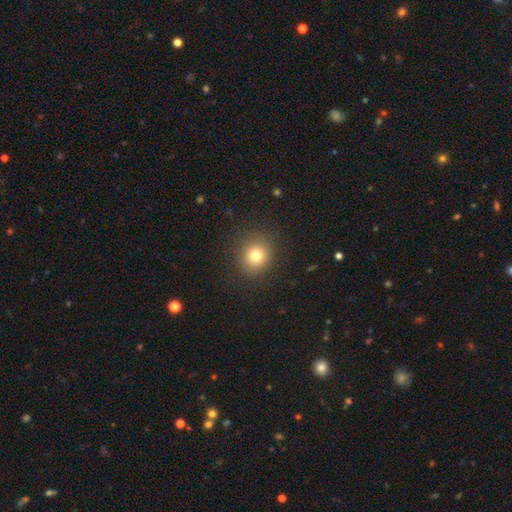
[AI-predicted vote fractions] A smooth galaxy with no disk features (77%) that is round (87%).

Vote fractions:
- Smooth or featured? smooth: 77% / star or artifact: 14% / featured or disk: 9%
- How rounded? round: 87% / in between: 12% / cigar-shaped: 1%
- Merging? none: 89% / minor disturbance: 7% / major disturbance: 3% / merger: 1%